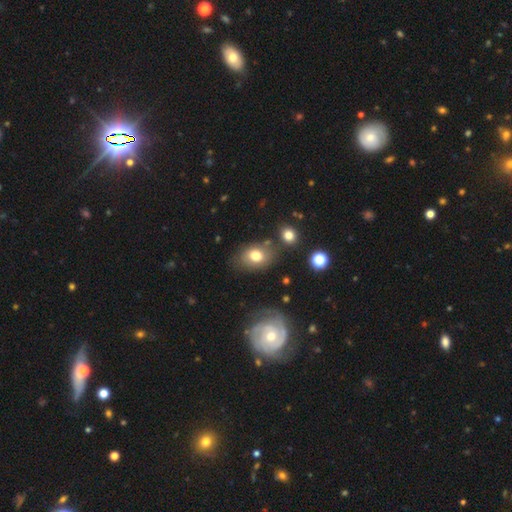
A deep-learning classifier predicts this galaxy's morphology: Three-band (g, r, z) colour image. It shows a smooth galaxy with no disk features (75%) that is in between round and cigar-shaped (67%). Merging: none (68%).